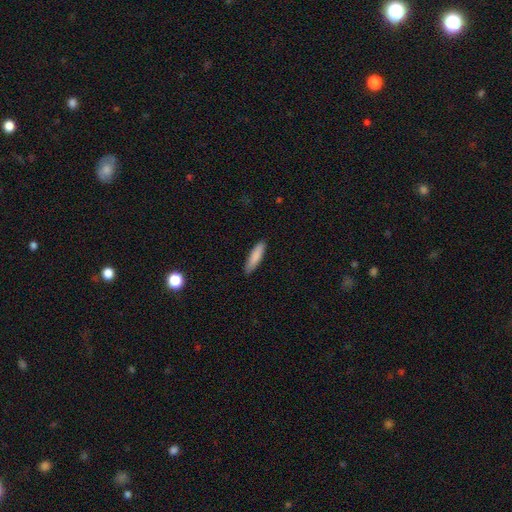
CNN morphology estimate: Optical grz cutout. It shows a smooth galaxy with no disk features (86%) that is cigar-shaped (73%). Merging: none (87%).